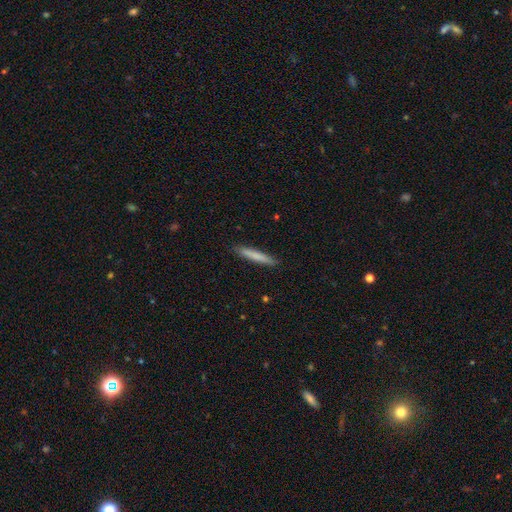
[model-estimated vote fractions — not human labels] Morphology: type=smooth (74%); roundness=cigar-shaped (95%); merging=none (90%).